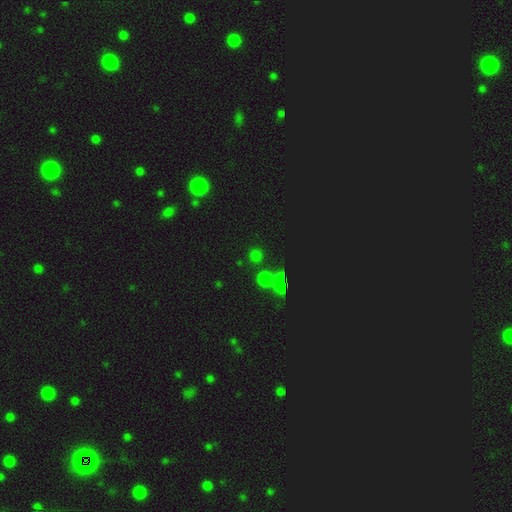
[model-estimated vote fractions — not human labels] smooth-or-featured: smooth: 62% | star or artifact: 32% | featured or disk: 6%
  how-rounded: round: 90% | in between: 9% | cigar-shaped: 2%
  merging: none: 78% | merger: 11% | minor disturbance: 8% | major disturbance: 3%